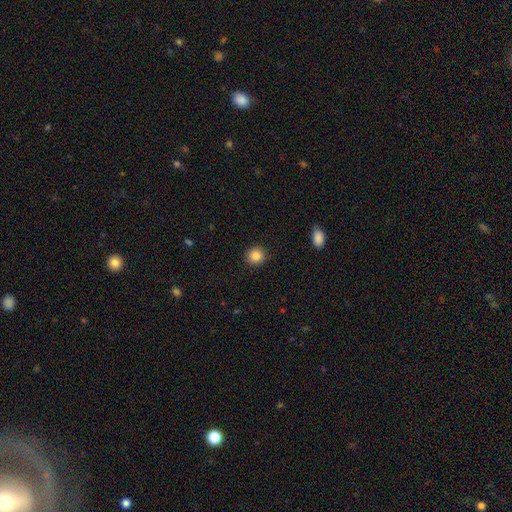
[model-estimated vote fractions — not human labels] A smooth galaxy with no disk features (86%) that is round (90%). Merging: none (91%).